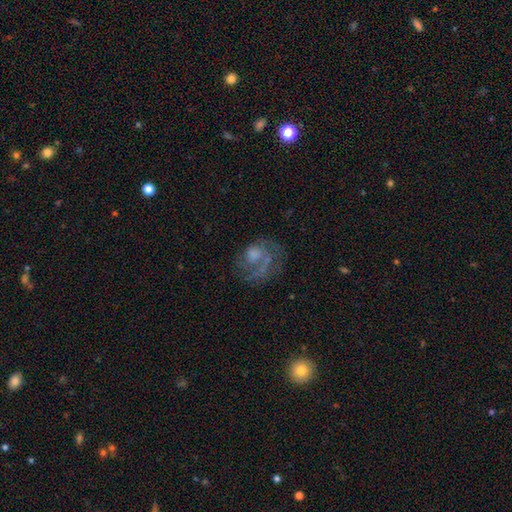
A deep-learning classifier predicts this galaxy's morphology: Overall: featured or disk (54%; smooth 35%). Edge-on disk: no (98%). Bar: no (84%). Spiral arms: yes (53%; no 47%). Bulge size: none (32%, tied with moderate). Merging: none (41%; major disturbance 33%).